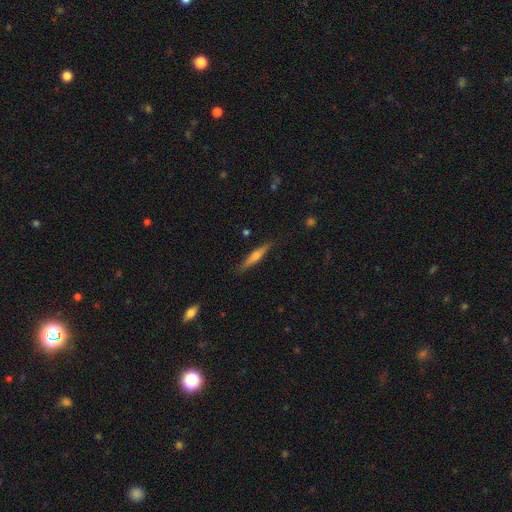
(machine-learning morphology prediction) A featured or disk galaxy (50%).

Vote fractions:
- Smooth or featured? featured or disk: 50% / smooth: 44% / star or artifact: 6%
- Merging? none: 86% / minor disturbance: 10% / major disturbance: 2% / merger: 1%